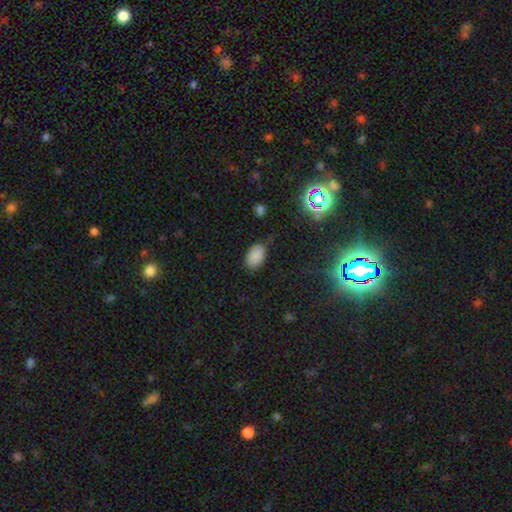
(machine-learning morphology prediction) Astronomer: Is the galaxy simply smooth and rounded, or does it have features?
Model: smooth — 84%.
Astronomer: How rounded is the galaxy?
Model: in between — 91%.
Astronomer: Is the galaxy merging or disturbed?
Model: none — 77%.